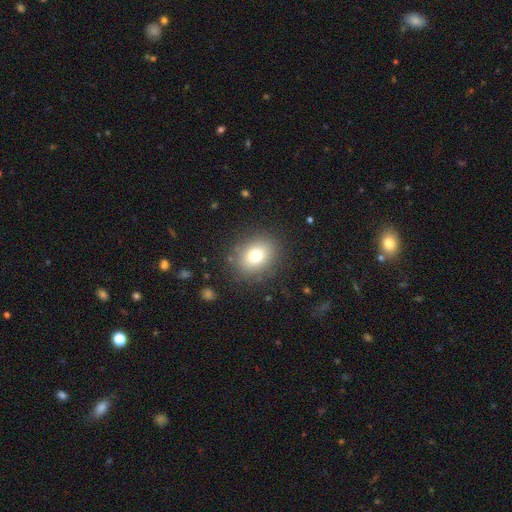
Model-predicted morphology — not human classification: Overall: smooth (77%). How rounded: round (52%; in between 47%). Merging: none (85%).